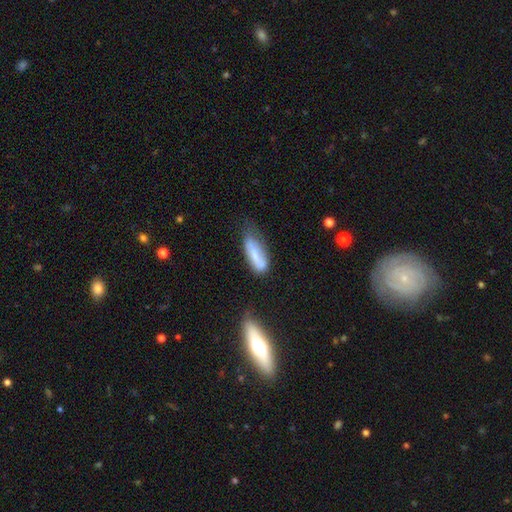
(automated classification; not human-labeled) smooth_or_featured: smooth (p=0.62) [alt: featured or disk p=0.31]
how_rounded: in between (p=0.60) [alt: cigar-shaped p=0.37]
merging: none (p=0.46) [alt: minor disturbance p=0.35]